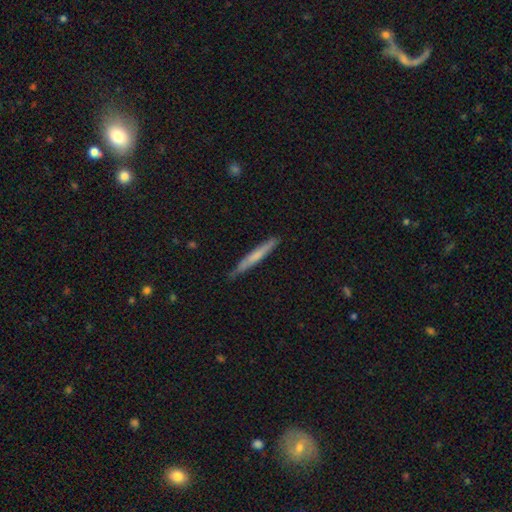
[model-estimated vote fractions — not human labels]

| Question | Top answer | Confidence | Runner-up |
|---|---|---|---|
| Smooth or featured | smooth | 59% | featured or disk (35%) |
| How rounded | cigar-shaped | 96% | in between (2%) |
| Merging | none | 85% | minor disturbance (12%) |